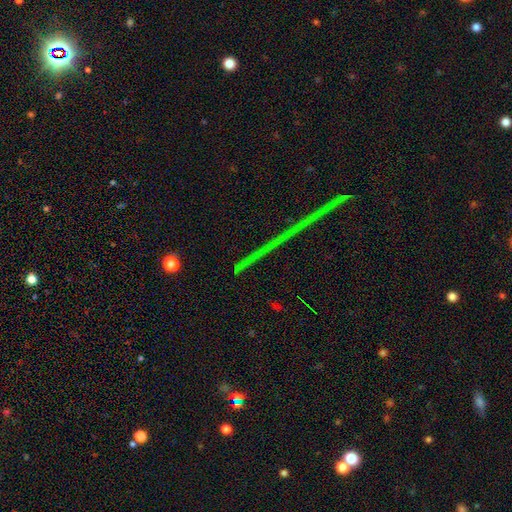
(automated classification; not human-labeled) This is likely a star or artifact rather than a galaxy (63%).